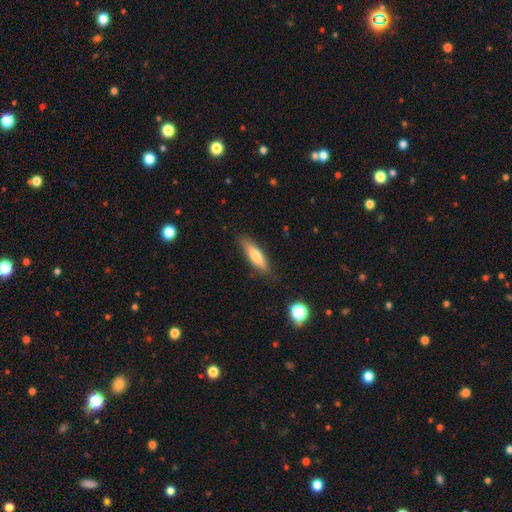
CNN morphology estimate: This is likely a smooth galaxy (69%). How rounded: likely cigar-shaped (63%). Merging: clearly none (83%).